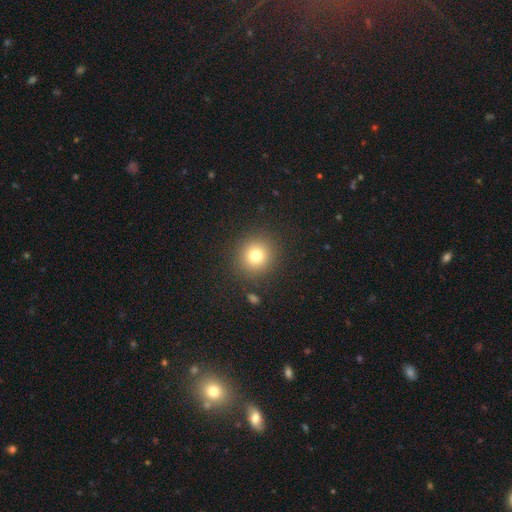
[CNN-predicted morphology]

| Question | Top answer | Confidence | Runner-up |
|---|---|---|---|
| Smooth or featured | smooth | 77% | star or artifact (14%) |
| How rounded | round | 92% | in between (7%) |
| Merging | none | 90% | minor disturbance (6%) |